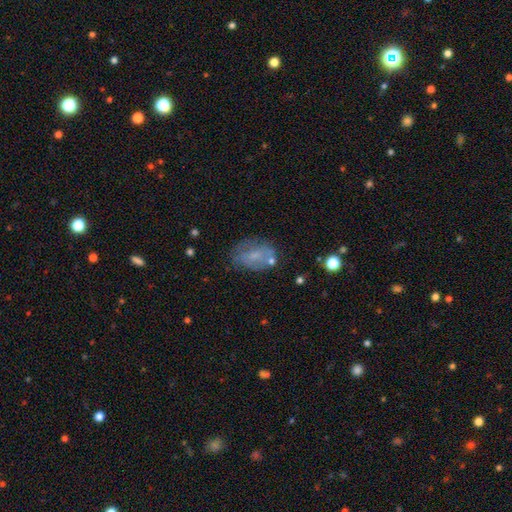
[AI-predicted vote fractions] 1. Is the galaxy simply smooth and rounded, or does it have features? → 53% smooth, 36% featured or disk, 11% star or artifact.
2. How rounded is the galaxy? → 84% in between, 14% round, 2% cigar-shaped.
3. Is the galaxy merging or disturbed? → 56% none, 24% minor disturbance, 12% major disturbance, 8% merger.